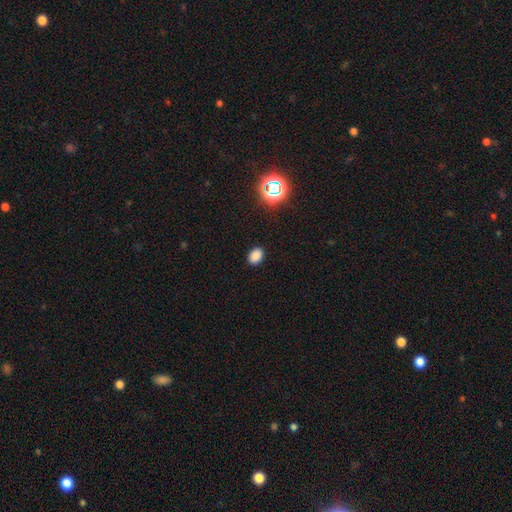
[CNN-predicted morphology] smooth-or-featured: smooth: 82% | star or artifact: 14% | featured or disk: 4%
  how-rounded: in between: 74% | round: 25% | cigar-shaped: 1%
  merging: none: 89% | minor disturbance: 8% | major disturbance: 2% | merger: 1%